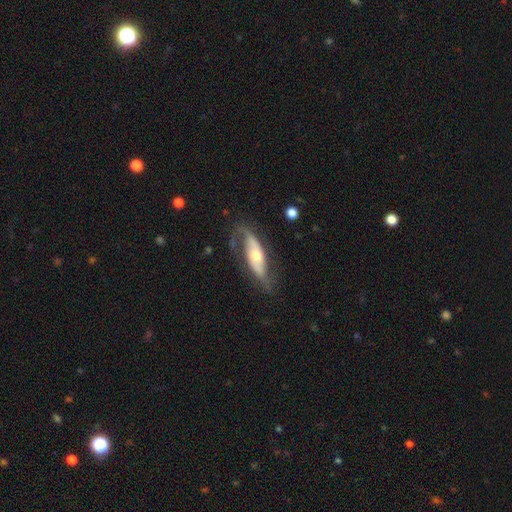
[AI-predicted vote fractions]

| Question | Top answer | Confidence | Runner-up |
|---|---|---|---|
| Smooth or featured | featured or disk | 69% | smooth (26%) |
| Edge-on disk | no | 77% | yes (23%) |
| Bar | no | 60% | weak (25%) |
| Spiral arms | yes | 82% | no (18%) |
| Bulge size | moderate | 63% | small (24%) |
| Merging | none | 57% | minor disturbance (23%) |